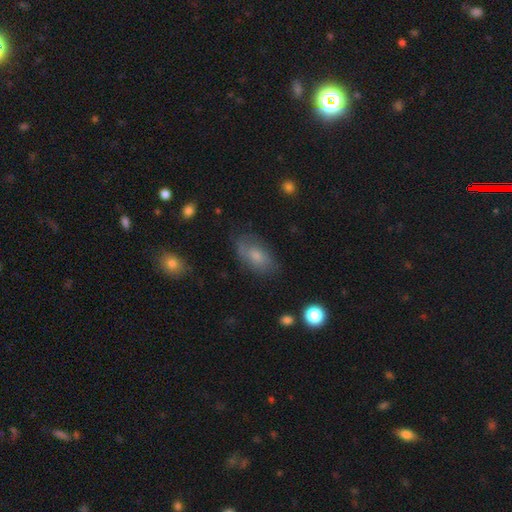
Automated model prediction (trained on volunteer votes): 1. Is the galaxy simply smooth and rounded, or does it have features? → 65% smooth, 26% featured or disk, 9% star or artifact.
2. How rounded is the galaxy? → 90% in between, 5% round, 4% cigar-shaped.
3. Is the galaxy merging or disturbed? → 67% none, 23% minor disturbance, 8% major disturbance, 2% merger.